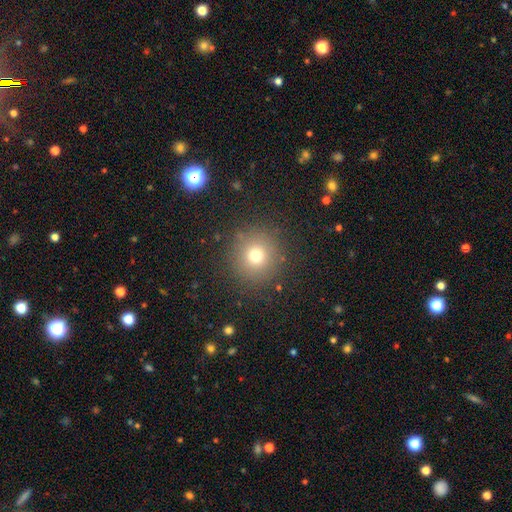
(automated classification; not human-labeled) smooth-or-featured: smooth: 72% | star or artifact: 17% | featured or disk: 11%
  how-rounded: round: 94% | in between: 5% | cigar-shaped: 1%
  merging: none: 88% | minor disturbance: 7% | major disturbance: 4% | merger: 1%